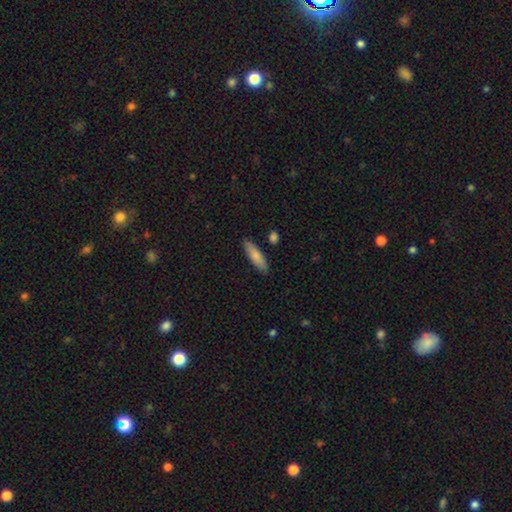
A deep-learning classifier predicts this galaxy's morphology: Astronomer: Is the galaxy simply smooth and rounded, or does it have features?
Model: smooth — 80%.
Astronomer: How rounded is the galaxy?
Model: cigar-shaped — 61% (runner-up: in between, 37%).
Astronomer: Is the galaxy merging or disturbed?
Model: none — 86%.